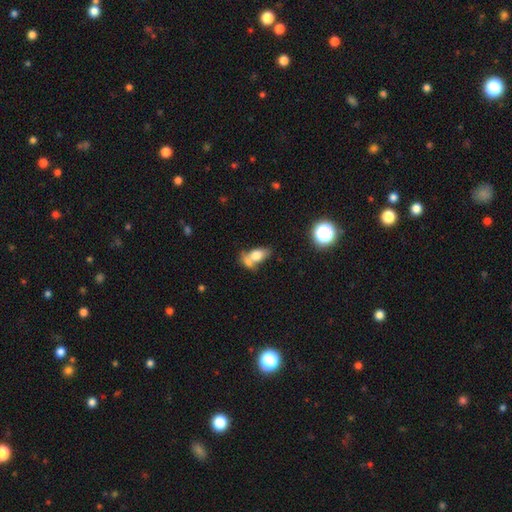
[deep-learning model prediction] This appears to be a smooth galaxy with no disk features (72%) that is in between round and cigar-shaped (81%). Merging: merger (47%).